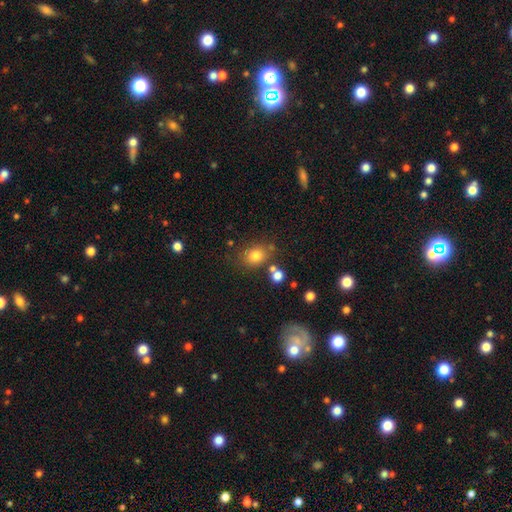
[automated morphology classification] Smooth or featured? smooth (78%)
How rounded? round (55%)
Merging? none (71%)